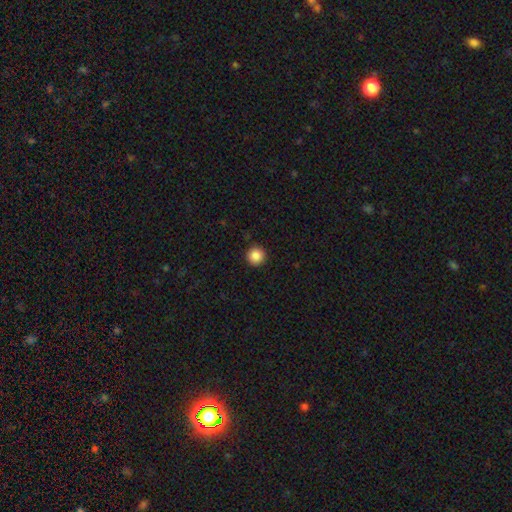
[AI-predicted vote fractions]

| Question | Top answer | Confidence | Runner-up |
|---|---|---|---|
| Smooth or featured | smooth | 87% | star or artifact (10%) |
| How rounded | round | 96% | in between (3%) |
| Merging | none | 93% | minor disturbance (5%) |